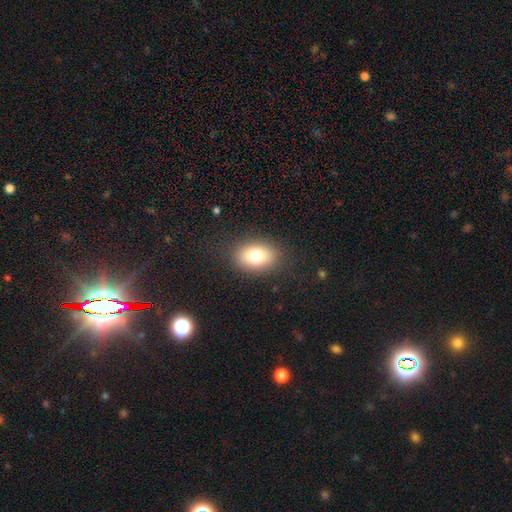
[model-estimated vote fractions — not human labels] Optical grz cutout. It shows a smooth galaxy with no disk features (81%) that is in between round and cigar-shaped (81%). Merging: none (85%).